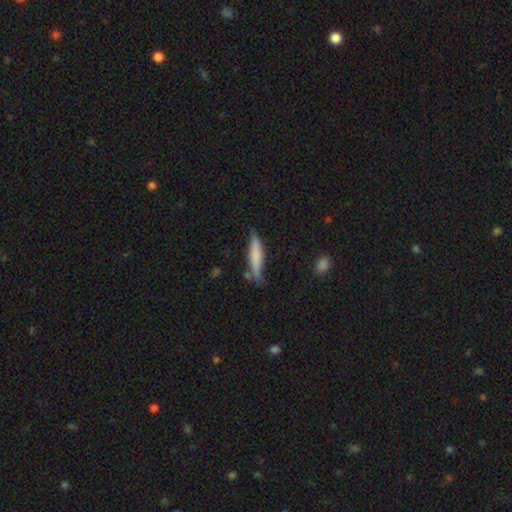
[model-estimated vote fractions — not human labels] Overall: smooth (67%). How rounded: cigar-shaped (86%). Merging: none (72%).